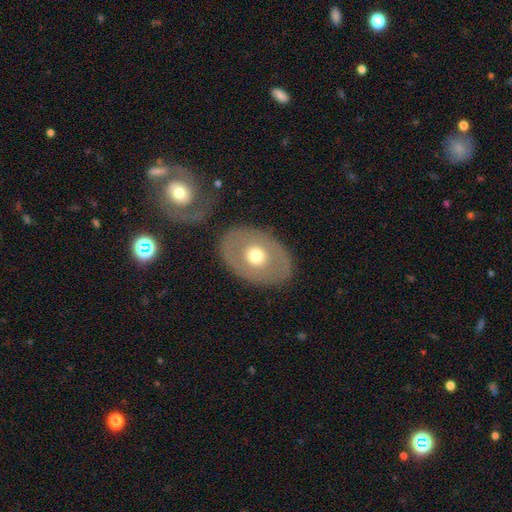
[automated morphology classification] Smooth or featured? smooth (50%)
How rounded? in between (74%)
Merging? none (84%)